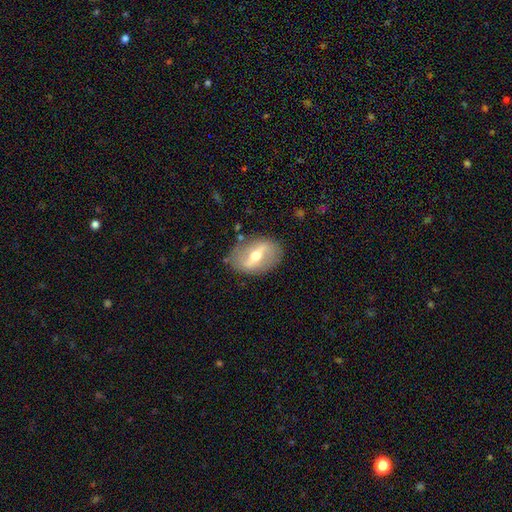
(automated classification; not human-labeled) This appears to be a featured or disk galaxy (69%) with a strong bar (61%), no spiral arms (55%) and a moderate central bulge (70%). Merging: none (82%).